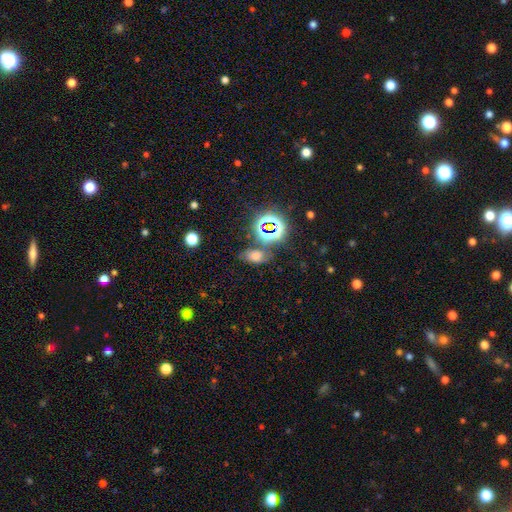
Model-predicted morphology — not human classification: Smooth or featured? Predicted: smooth (p=0.56). How rounded? Predicted: in between (p=0.80). Merging? Predicted: none (p=0.65).